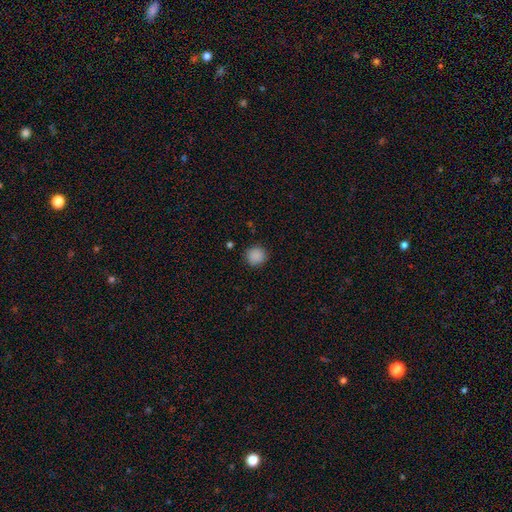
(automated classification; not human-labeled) The model was most divided on "smooth or featured": smooth: 88%, star or artifact: 10%, featured or disk: 2%. More confident: how rounded — round (93%); merging — none (90%).